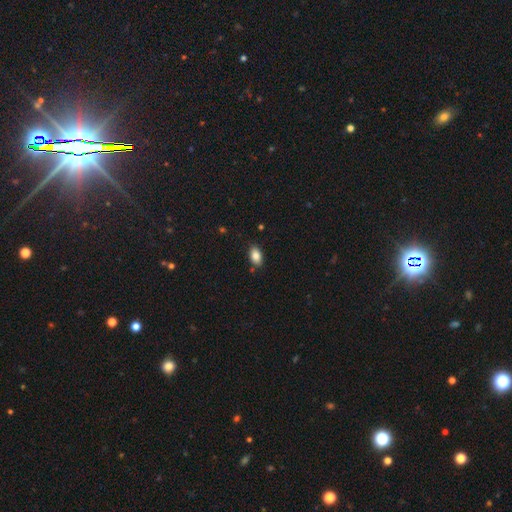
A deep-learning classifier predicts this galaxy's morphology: Smooth or featured: smooth — 85% (star or artifact — 8%)
How rounded: in between — 90% (round — 8%)
Merging: none — 85% (minor disturbance — 11%)